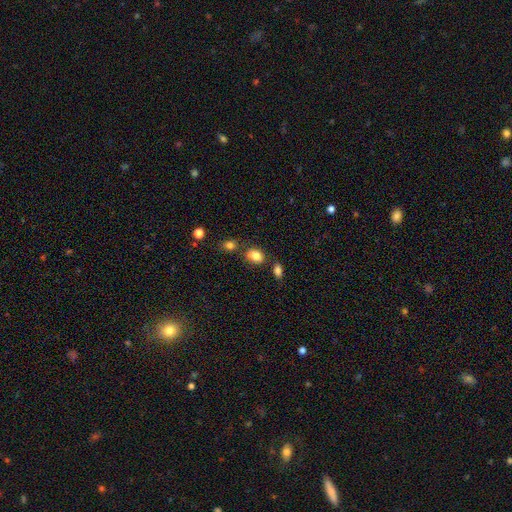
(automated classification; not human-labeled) Q: Smooth or featured?
A: smooth (83%); runner-up: star or artifact (10%)
Q: How rounded?
A: in between (70%); runner-up: round (29%)
Q: Merging?
A: none (67%); runner-up: minor disturbance (15%)